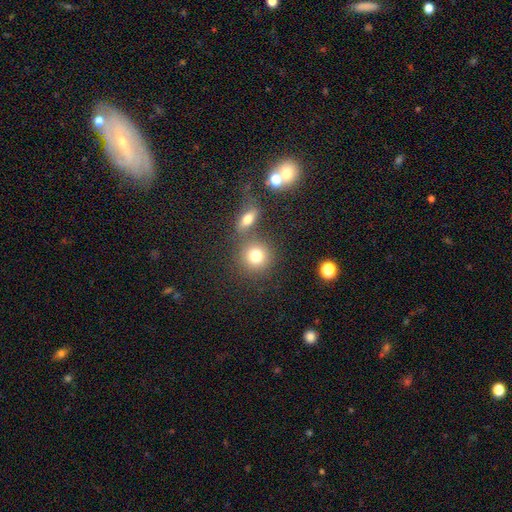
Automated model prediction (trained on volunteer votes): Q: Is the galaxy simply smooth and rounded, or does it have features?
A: smooth — 78%.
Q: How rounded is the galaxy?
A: round — 88%.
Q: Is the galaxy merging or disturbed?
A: none — 66%.